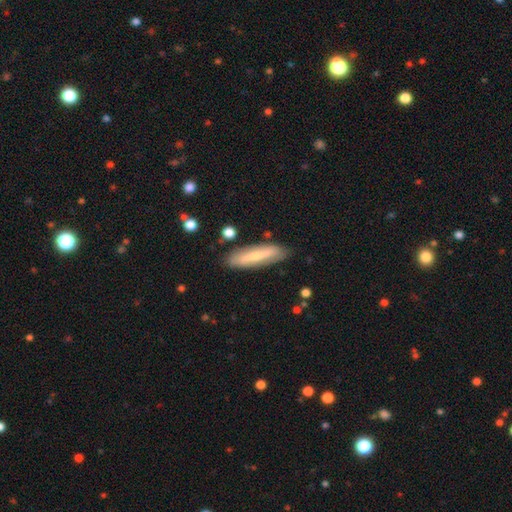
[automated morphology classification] smooth_or_featured: smooth (p=0.53) [alt: featured or disk p=0.41]
how_rounded: cigar-shaped (p=0.72) [alt: in between p=0.26]
merging: none (p=0.83) [alt: minor disturbance p=0.12]